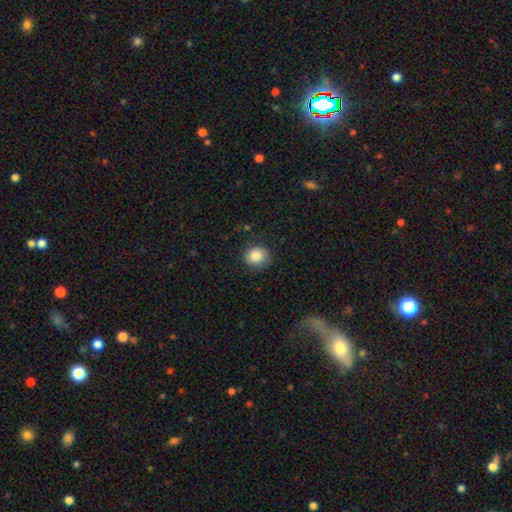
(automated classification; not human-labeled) Smooth or featured?
  - smooth: 86% *
  - star or artifact: 9%
  - featured or disk: 6%
How rounded?
  - round: 87% *
  - in between: 12%
  - cigar-shaped: 1%
Merging?
  - none: 83% *
  - minor disturbance: 12%
  - major disturbance: 4%
  - merger: 1%